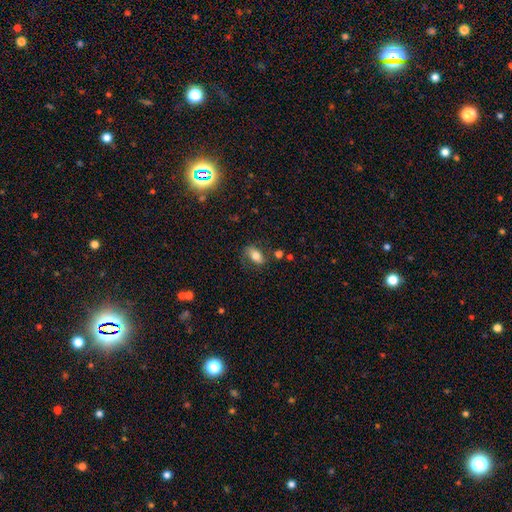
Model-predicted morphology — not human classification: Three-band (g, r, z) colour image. It shows a smooth galaxy with no disk features (71%) that is in between round and cigar-shaped (88%). Merging: none (69%).